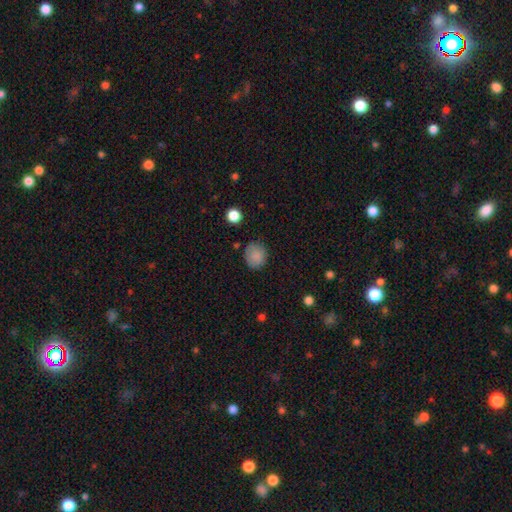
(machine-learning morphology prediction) Smooth or featured?
  - smooth: 85% *
  - star or artifact: 10%
  - featured or disk: 5%
How rounded?
  - round: 78% *
  - in between: 21%
  - cigar-shaped: 1%
Merging?
  - none: 77% *
  - minor disturbance: 16%
  - major disturbance: 4%
  - merger: 3%